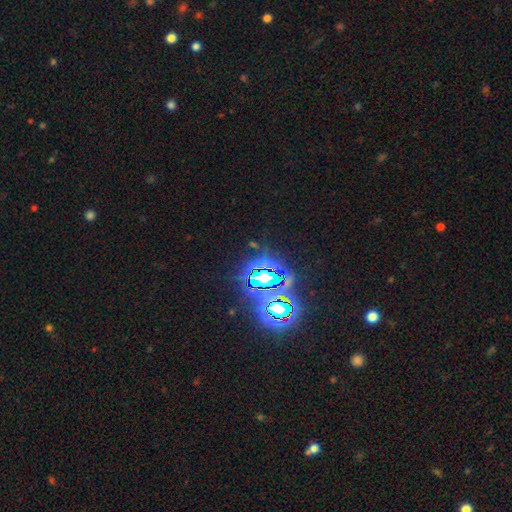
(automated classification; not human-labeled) smooth_or_featured: star or artifact (p=0.80) [alt: smooth p=0.13]